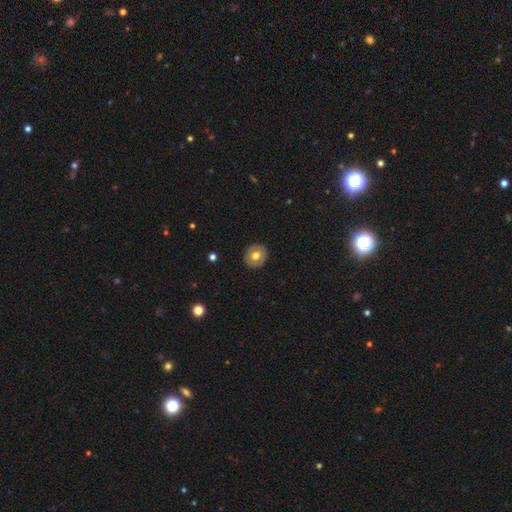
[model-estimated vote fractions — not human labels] smooth_or_featured: smooth (p=0.67) [alt: featured or disk p=0.26]
how_rounded: round (p=0.87) [alt: in between p=0.12]
merging: none (p=0.91) [alt: minor disturbance p=0.07]